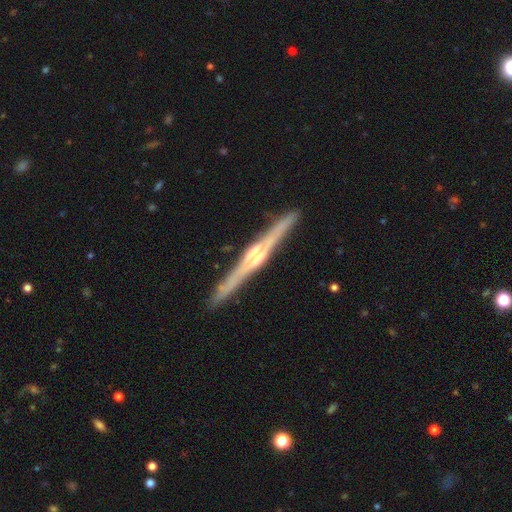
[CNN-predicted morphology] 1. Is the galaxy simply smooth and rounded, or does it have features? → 85% featured or disk, 10% smooth, 5% star or artifact.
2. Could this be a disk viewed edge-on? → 98% yes, 2% no.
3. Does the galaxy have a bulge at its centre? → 58% rounded, 33% boxy, 9% none.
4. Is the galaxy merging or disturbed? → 90% none, 7% minor disturbance, 2% major disturbance, 1% merger.